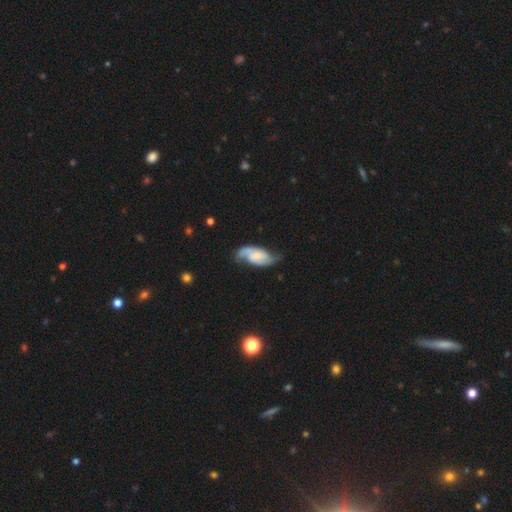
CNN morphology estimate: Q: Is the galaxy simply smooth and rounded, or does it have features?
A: featured or disk — 74%.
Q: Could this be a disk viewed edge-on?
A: no — 94%.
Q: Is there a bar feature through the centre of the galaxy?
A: no — 41%, tied with weak.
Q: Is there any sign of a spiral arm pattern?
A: yes — 94%.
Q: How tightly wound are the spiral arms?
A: medium — 44%.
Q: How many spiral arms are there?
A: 2 — 87%.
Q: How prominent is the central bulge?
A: none — 33%, tied with small.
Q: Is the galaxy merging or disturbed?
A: none — 64%.